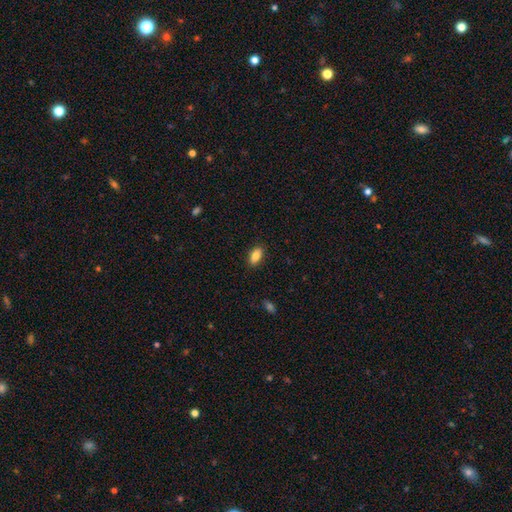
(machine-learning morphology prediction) Q: Smooth or featured?
A: smooth (83%); runner-up: featured or disk (10%)
Q: How rounded?
A: in between (89%); runner-up: cigar-shaped (7%)
Q: Merging?
A: none (87%); runner-up: minor disturbance (10%)